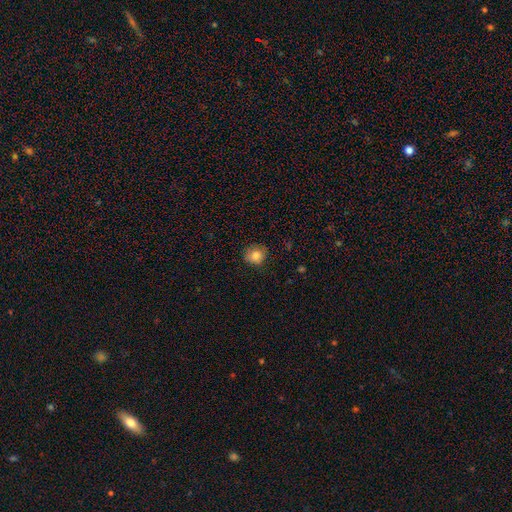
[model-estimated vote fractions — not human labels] smooth 83%, star or artifact 10%, featured or disk 6%. Down the decision tree: how rounded — round (85%); merging — none (80%).